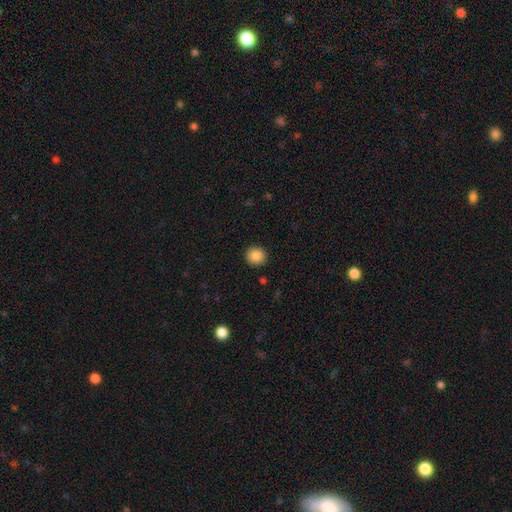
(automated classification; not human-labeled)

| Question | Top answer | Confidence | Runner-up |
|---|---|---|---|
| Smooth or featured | smooth | 87% | star or artifact (9%) |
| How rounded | round | 92% | in between (7%) |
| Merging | none | 92% | minor disturbance (5%) |